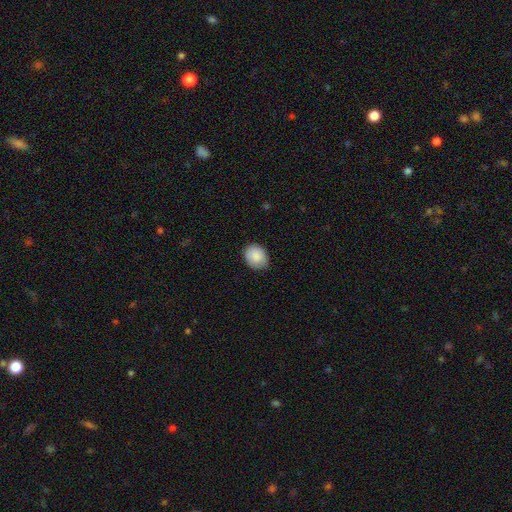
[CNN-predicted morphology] A smooth galaxy with no disk features (87%) that is in between round and cigar-shaped (52%). Merging: none (78%).